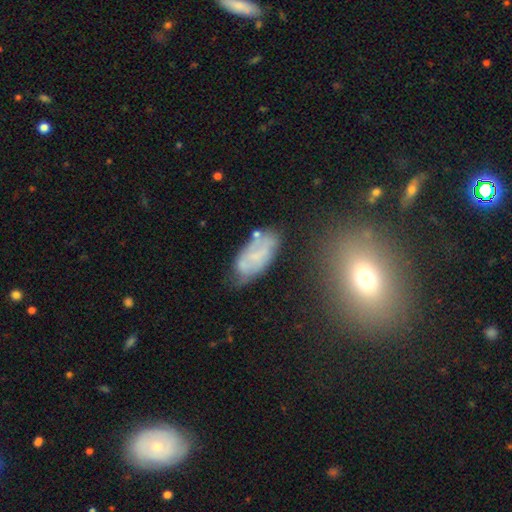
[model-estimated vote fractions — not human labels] featured or disk 49%, smooth 41%, star or artifact 10%. Down the decision tree: merging — none (55%).